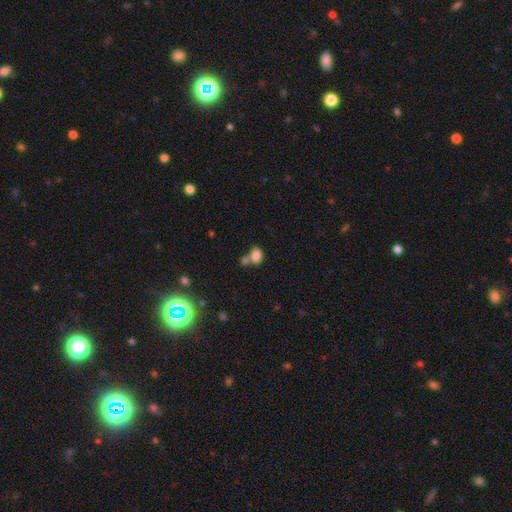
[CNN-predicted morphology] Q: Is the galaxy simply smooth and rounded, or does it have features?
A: smooth — 83%.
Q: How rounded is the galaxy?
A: in between — 74%.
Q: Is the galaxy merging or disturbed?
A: none — 45%.